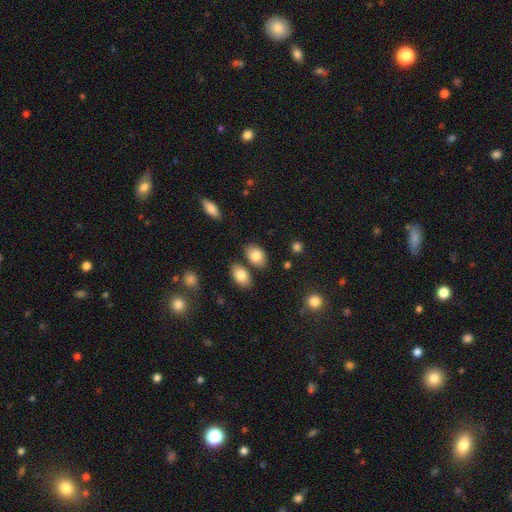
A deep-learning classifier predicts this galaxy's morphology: A smooth galaxy with no disk features (84%) that is in between round and cigar-shaped (87%).

Vote fractions:
- Smooth or featured? smooth: 84% / featured or disk: 9% / star or artifact: 7%
- How rounded? in between: 87% / round: 12% / cigar-shaped: 1%
- Merging? none: 73% / minor disturbance: 12% / merger: 12% / major disturbance: 3%